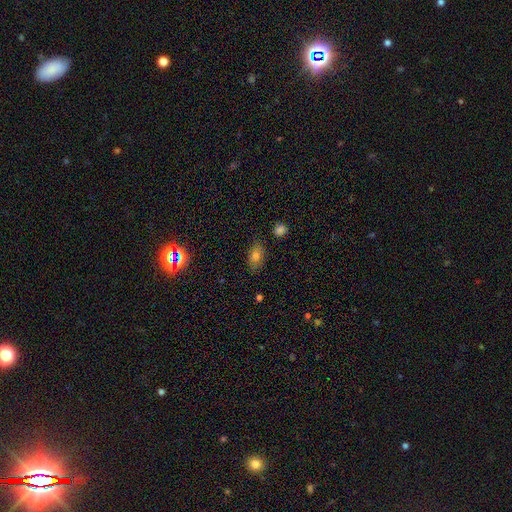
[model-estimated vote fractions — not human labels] Overall: smooth (74%). How rounded: in between (85%). Merging: none (82%).